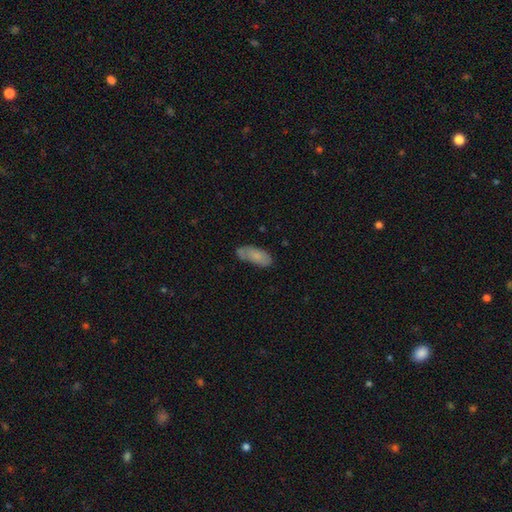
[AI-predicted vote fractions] smooth-or-featured: smooth: 75% | featured or disk: 17% | star or artifact: 7%
  how-rounded: in between: 81% | cigar-shaped: 17% | round: 2%
  merging: none: 63% | minor disturbance: 25% | major disturbance: 6% | merger: 5%